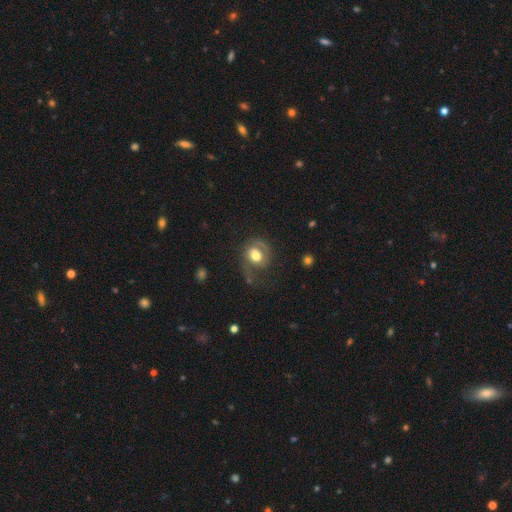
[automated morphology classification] Q: Smooth or featured?
A: smooth (47%); runner-up: featured or disk (44%)
Q: Merging?
A: none (45%); runner-up: major disturbance (28%)